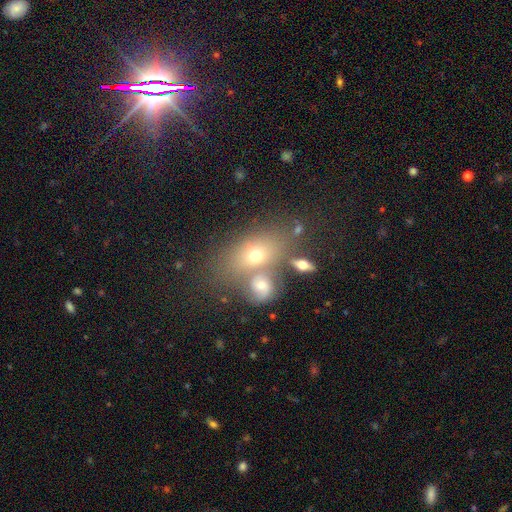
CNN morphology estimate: Smooth or featured? Predicted: smooth (p=0.61). How rounded? Predicted: in between (p=0.73). Merging? Predicted: none (p=0.45).